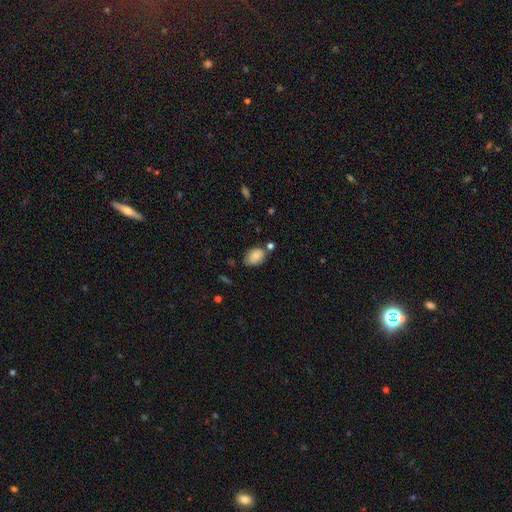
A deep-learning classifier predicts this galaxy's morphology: A smooth galaxy with no disk features (82%) that is in between round and cigar-shaped (82%). Merging: none (64%).